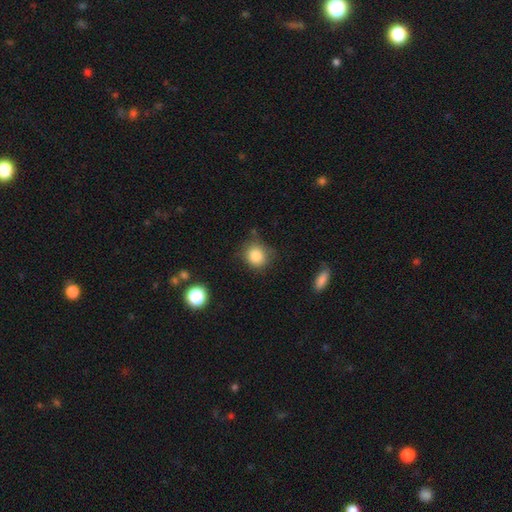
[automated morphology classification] Smooth or featured: smooth — 84% (star or artifact — 10%)
How rounded: round — 83% (in between — 16%)
Merging: none — 72% (minor disturbance — 20%)